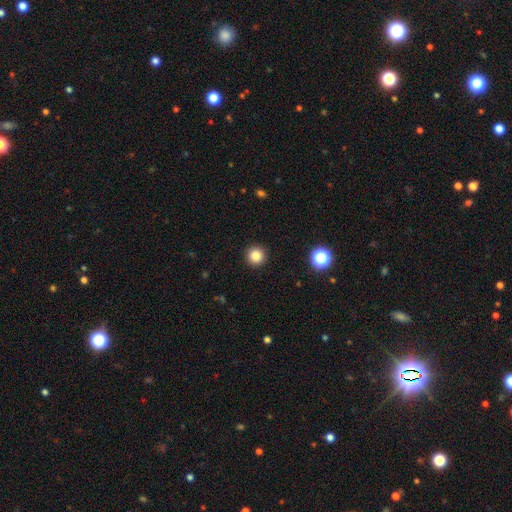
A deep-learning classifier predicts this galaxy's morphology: A smooth galaxy with no disk features (83%) that is round (96%). Merging: none (93%).